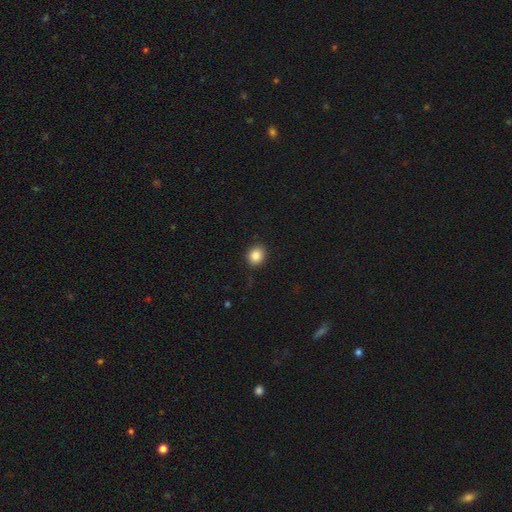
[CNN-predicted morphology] smooth_or_featured: smooth (p=0.85) [alt: star or artifact p=0.10]
how_rounded: round (p=0.71) [alt: in between p=0.29]
merging: none (p=0.89) [alt: minor disturbance p=0.08]